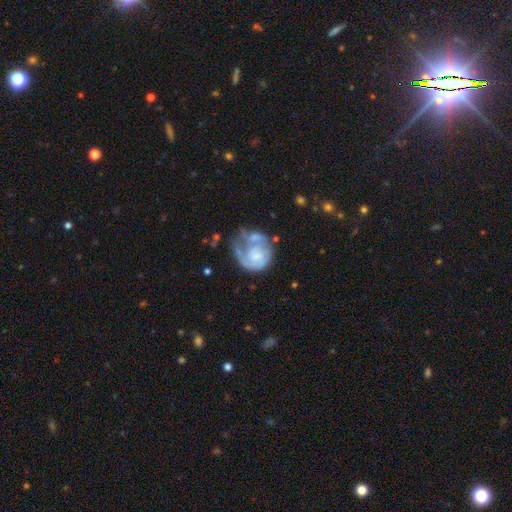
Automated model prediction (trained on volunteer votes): A featured or disk galaxy (69%) with no bar (75%), spiral arms (73%) and a small central bulge (31%). Merging: major disturbance (34%).